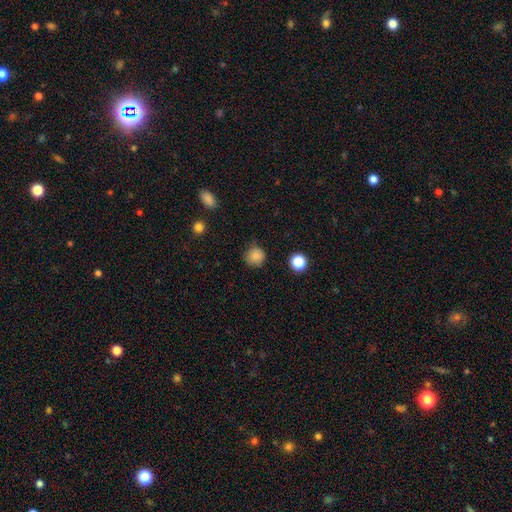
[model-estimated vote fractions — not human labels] smooth 85%, star or artifact 11%, featured or disk 4%. Down the decision tree: how rounded — round (91%); merging — none (80%).